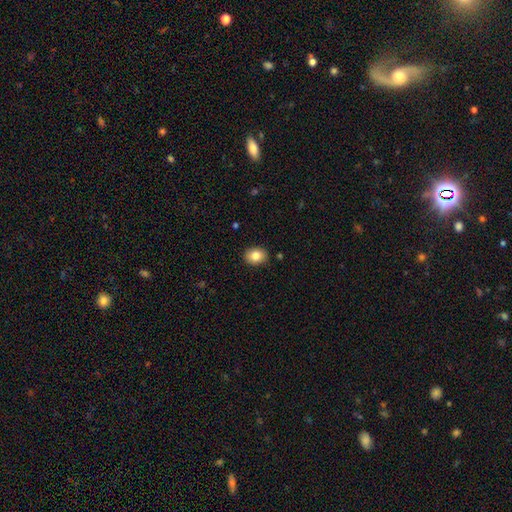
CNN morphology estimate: The model was most divided on "how rounded": in between: 59%, round: 40%, cigar-shaped: 1%. More confident: merging — none (89%); smooth or featured — smooth (83%).